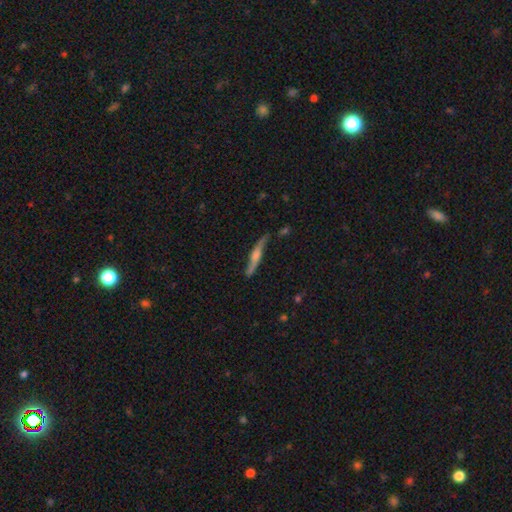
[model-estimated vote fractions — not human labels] Smooth or featured? Predicted: featured or disk (p=0.72). Edge-on disk? Predicted: yes (p=0.80). Edge-on bulge? Predicted: rounded (p=0.66). Merging? Predicted: none (p=0.69).